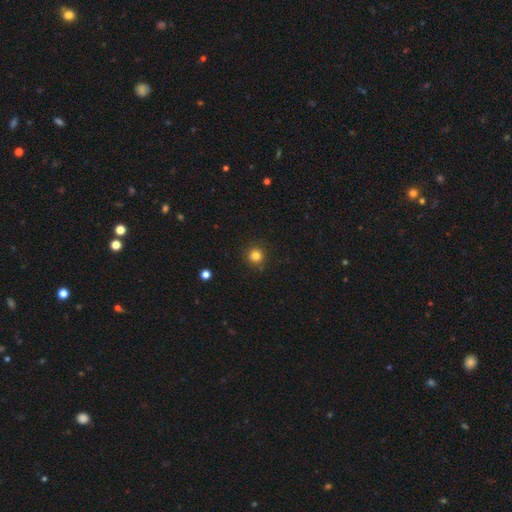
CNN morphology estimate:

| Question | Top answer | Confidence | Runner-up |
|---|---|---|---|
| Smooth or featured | smooth | 83% | star or artifact (13%) |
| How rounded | round | 94% | in between (5%) |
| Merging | none | 88% | minor disturbance (8%) |